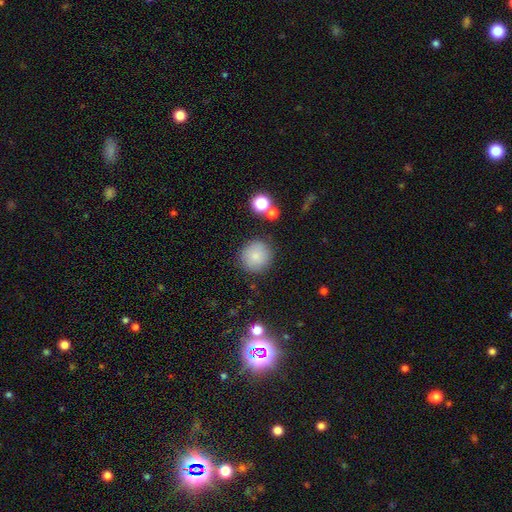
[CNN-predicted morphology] The model was most divided on "smooth or featured": smooth: 83%, star or artifact: 9%, featured or disk: 8%. More confident: how rounded — round (95%); merging — none (85%).